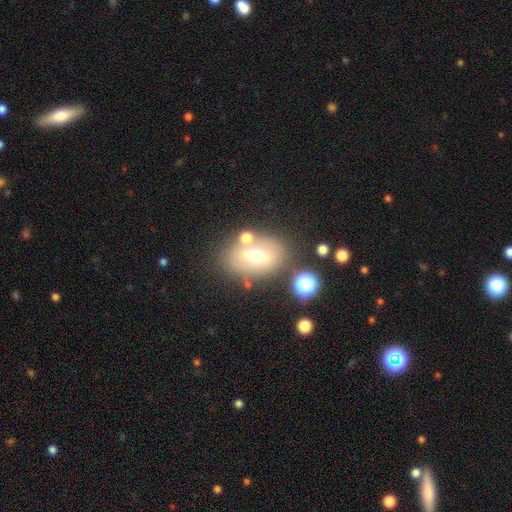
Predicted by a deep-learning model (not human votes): Smooth or featured? smooth (48%)
Merging? none (70%)